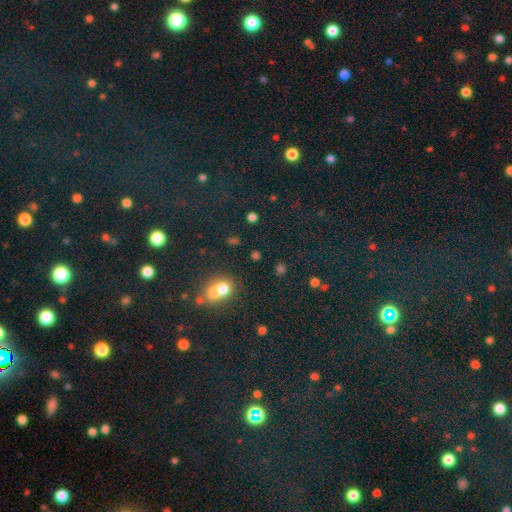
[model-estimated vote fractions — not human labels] Q: Smooth or featured?
A: smooth (49%); runner-up: star or artifact (41%)
Q: Merging?
A: none (66%); runner-up: minor disturbance (15%)